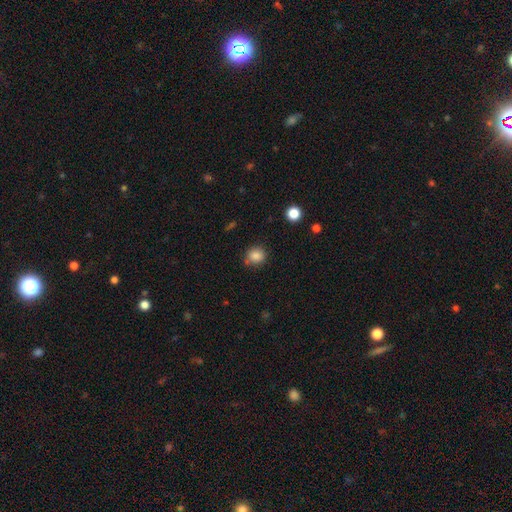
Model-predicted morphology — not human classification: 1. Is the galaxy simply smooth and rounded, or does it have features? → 84% smooth, 11% star or artifact, 5% featured or disk.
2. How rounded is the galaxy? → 83% round, 16% in between, 1% cigar-shaped.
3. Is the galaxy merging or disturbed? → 79% none, 13% minor disturbance, 5% merger, 3% major disturbance.